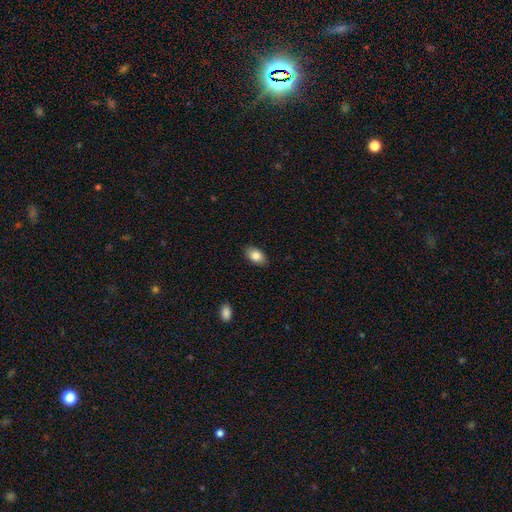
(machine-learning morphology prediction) Overall: smooth (85%). How rounded: in between (88%). Merging: none (87%).